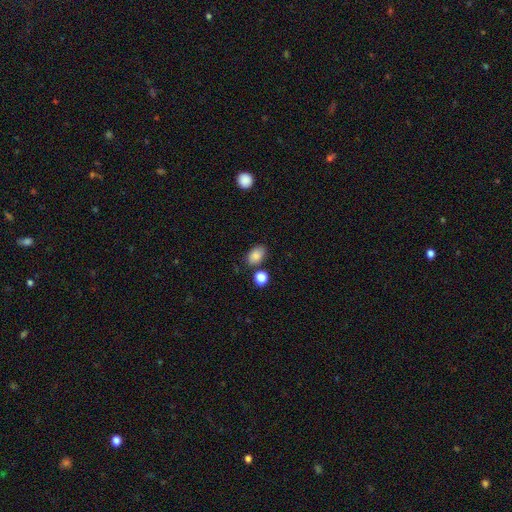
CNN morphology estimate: This is clearly a smooth galaxy (85%). How rounded: clearly in between (85%). Merging: likely none (77%).